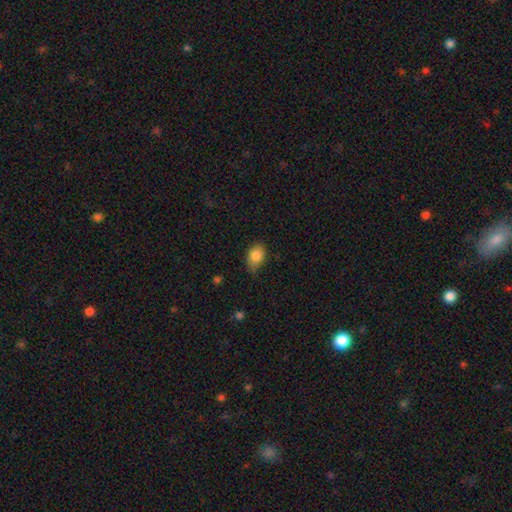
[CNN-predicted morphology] A smooth galaxy with no disk features (84%) that is in between round and cigar-shaped (81%).

Vote fractions:
- Smooth or featured? smooth: 84% / star or artifact: 8% / featured or disk: 8%
- How rounded? in between: 81% / round: 18% / cigar-shaped: 1%
- Merging? none: 69% / minor disturbance: 25% / major disturbance: 4% / merger: 1%